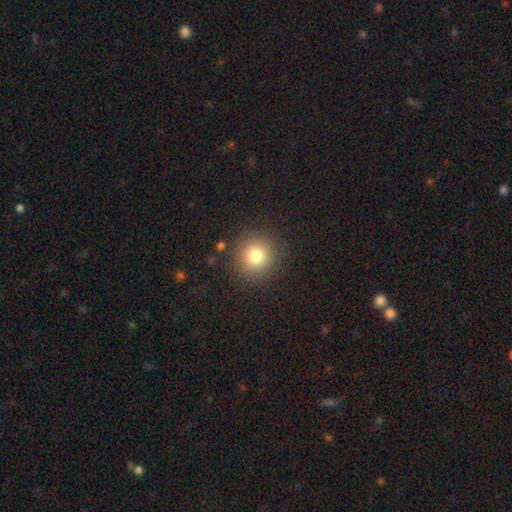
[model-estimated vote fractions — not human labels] A smooth galaxy with no disk features (80%) that is round (93%).

Vote fractions:
- Smooth or featured? smooth: 80% / star or artifact: 12% / featured or disk: 8%
- How rounded? round: 93% / in between: 6% / cigar-shaped: 1%
- Merging? none: 88% / minor disturbance: 7% / major disturbance: 3% / merger: 2%